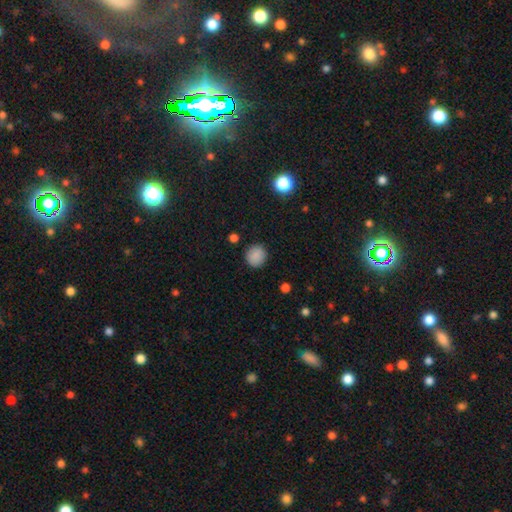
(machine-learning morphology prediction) Q: Smooth or featured?
A: smooth (87%); runner-up: star or artifact (9%)
Q: How rounded?
A: round (90%); runner-up: in between (9%)
Q: Merging?
A: none (90%); runner-up: minor disturbance (7%)